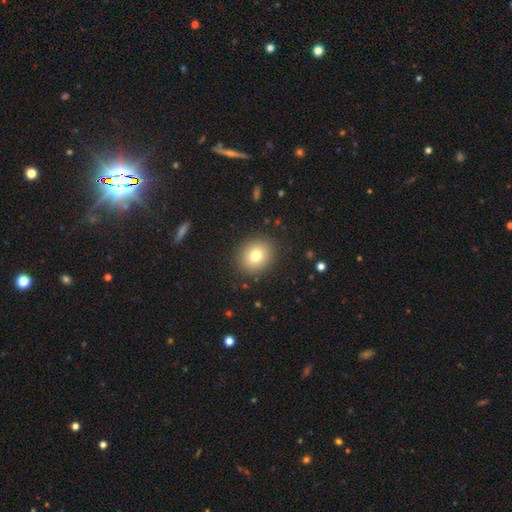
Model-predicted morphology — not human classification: This appears to be a smooth galaxy with no disk features (77%) that is round (70%). Merging: none (89%).